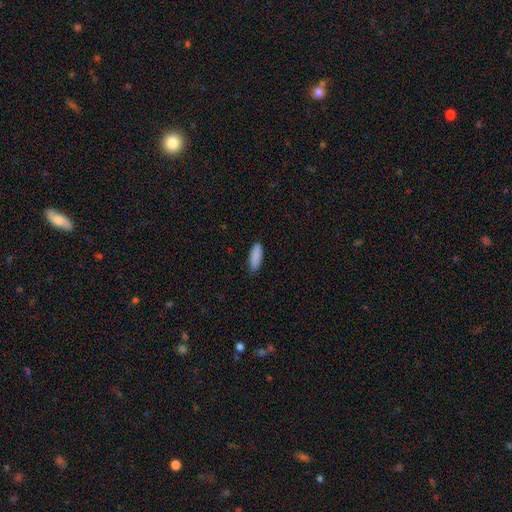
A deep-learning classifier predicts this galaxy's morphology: A smooth galaxy with no disk features (89%) that is in between round and cigar-shaped (56%). Merging: none (86%).